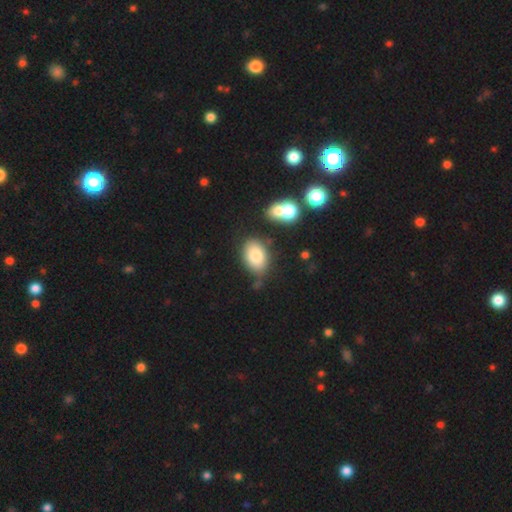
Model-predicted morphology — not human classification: A smooth galaxy with no disk features (80%) that is in between round and cigar-shaped (81%). Merging: none (68%).